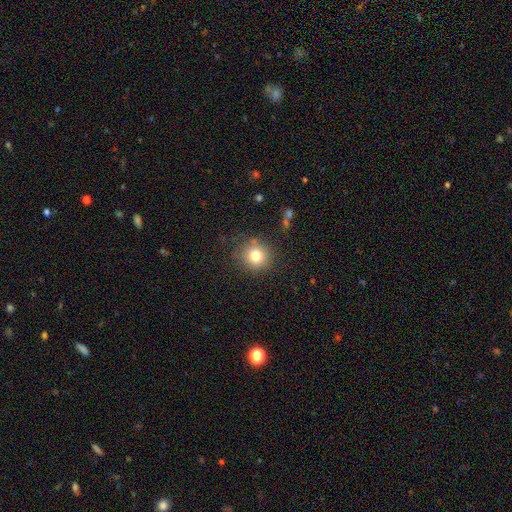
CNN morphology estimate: smooth_or_featured: smooth (p=0.79) [alt: star or artifact p=0.12]
how_rounded: round (p=0.91) [alt: in between p=0.08]
merging: none (p=0.85) [alt: minor disturbance p=0.10]